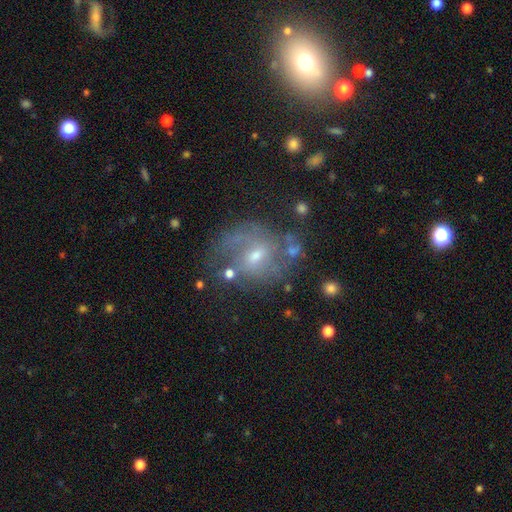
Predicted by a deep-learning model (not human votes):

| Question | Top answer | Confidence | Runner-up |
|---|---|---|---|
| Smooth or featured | featured or disk | 66% | smooth (22%) |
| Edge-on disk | no | 97% | yes (3%) |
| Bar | weak | 51% | no (38%) |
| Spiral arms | yes | 77% | no (23%) |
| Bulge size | small | 49% | moderate (44%) |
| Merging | none | 54% | minor disturbance (21%) |